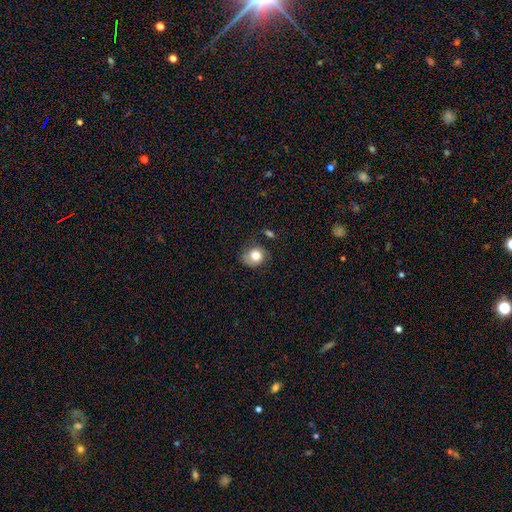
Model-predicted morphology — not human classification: Smooth or featured? smooth (79%)
How rounded? round (74%)
Merging? none (62%)